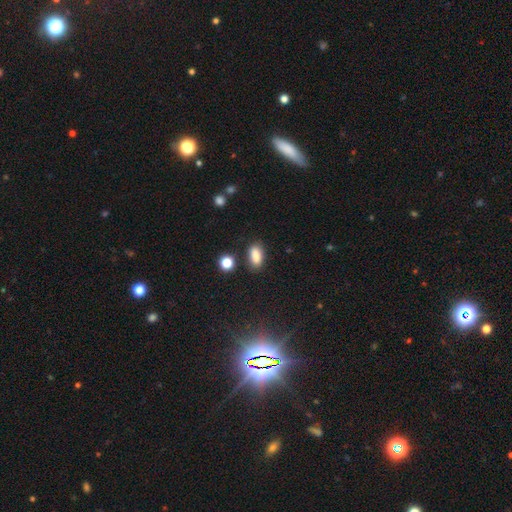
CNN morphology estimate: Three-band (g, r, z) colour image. It shows a smooth galaxy with no disk features (87%) that is in between round and cigar-shaped (88%). Merging: none (80%).